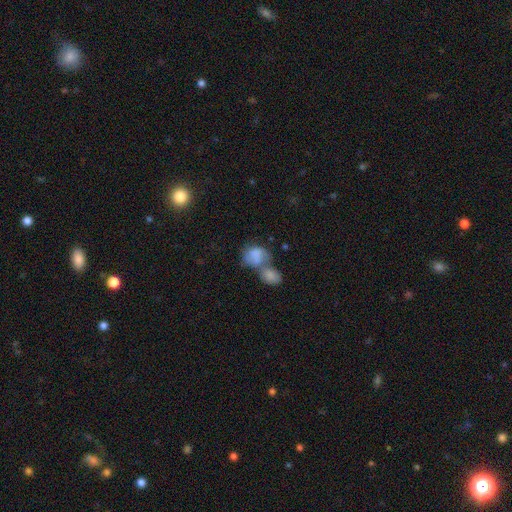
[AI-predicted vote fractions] Smooth or featured? Predicted: smooth (p=0.75). How rounded? Predicted: in between (p=0.62). Merging? Predicted: merger (p=0.70).